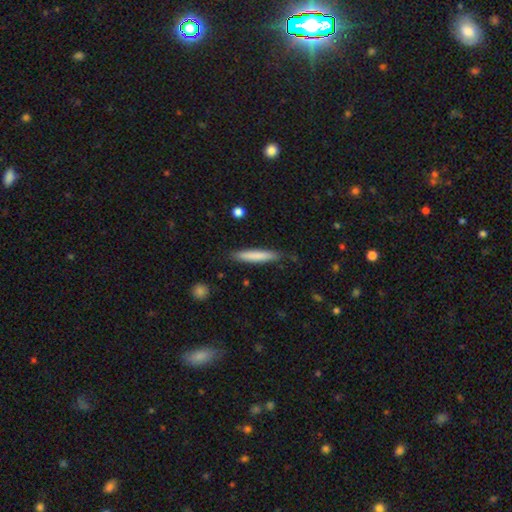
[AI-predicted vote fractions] Smooth or featured: smooth — 77% (featured or disk — 18%)
How rounded: cigar-shaped — 93% (in between — 6%)
Merging: none — 86% (minor disturbance — 11%)